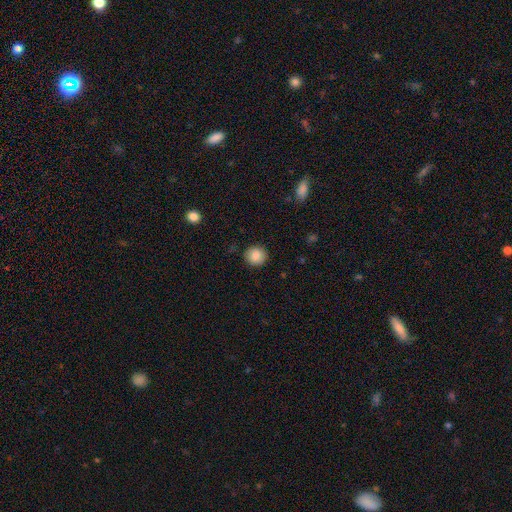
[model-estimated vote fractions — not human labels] A smooth galaxy with no disk features (87%) that is round (92%). Merging: none (91%).